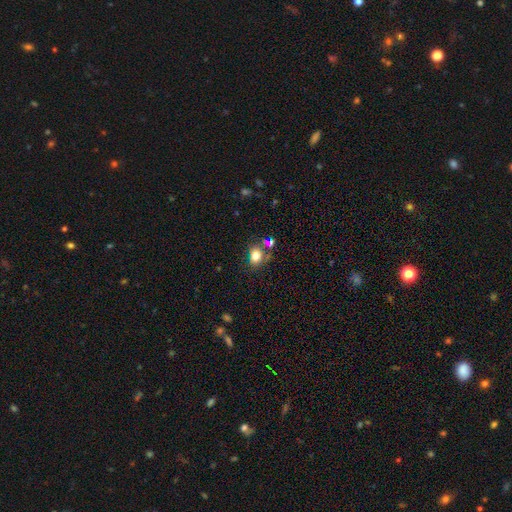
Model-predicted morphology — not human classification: Smooth or featured?
  - smooth: 79% *
  - star or artifact: 12%
  - featured or disk: 9%
How rounded?
  - in between: 57% *
  - round: 42%
  - cigar-shaped: 1%
Merging?
  - none: 62% *
  - minor disturbance: 17%
  - merger: 15%
  - major disturbance: 6%